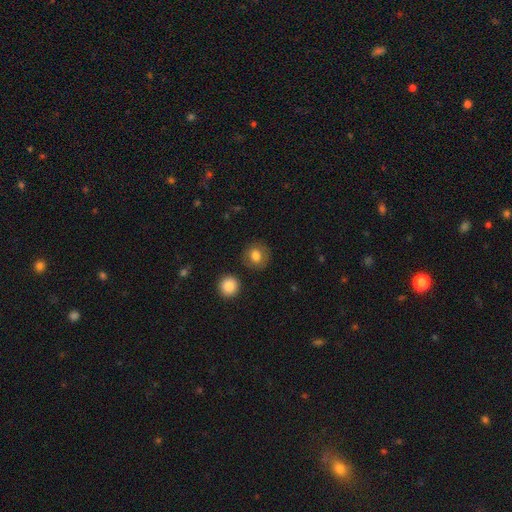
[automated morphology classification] This appears to be a smooth galaxy with no disk features (79%) that is round (86%). Merging: none (86%).